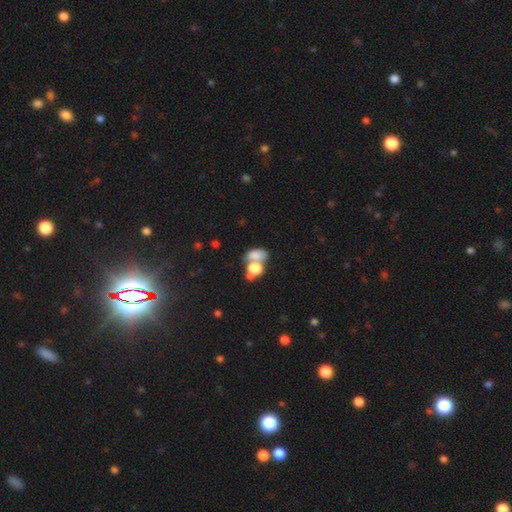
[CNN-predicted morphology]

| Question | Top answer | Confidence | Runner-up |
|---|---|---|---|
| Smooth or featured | smooth | 71% | featured or disk (15%) |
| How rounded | in between | 75% | round (23%) |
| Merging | merger | 54% | none (27%) |